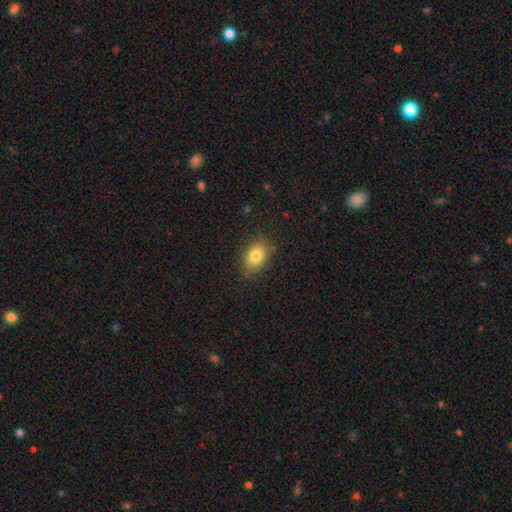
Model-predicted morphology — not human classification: This appears to be a smooth galaxy with no disk features (82%) that is in between round and cigar-shaped (80%). Merging: none (81%).